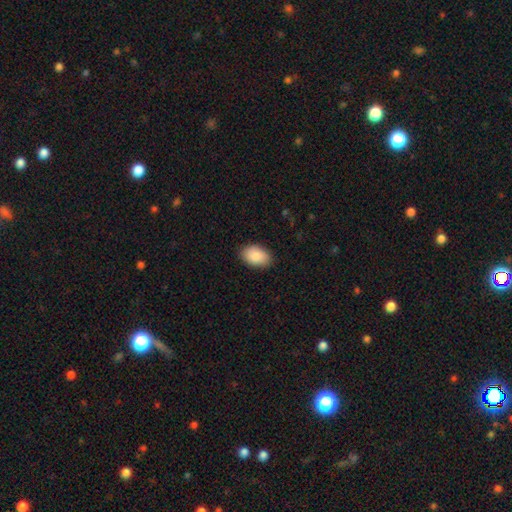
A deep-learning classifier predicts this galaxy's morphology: Q: Smooth or featured?
A: smooth (89%); runner-up: star or artifact (6%)
Q: How rounded?
A: in between (90%); runner-up: round (9%)
Q: Merging?
A: none (87%); runner-up: minor disturbance (10%)